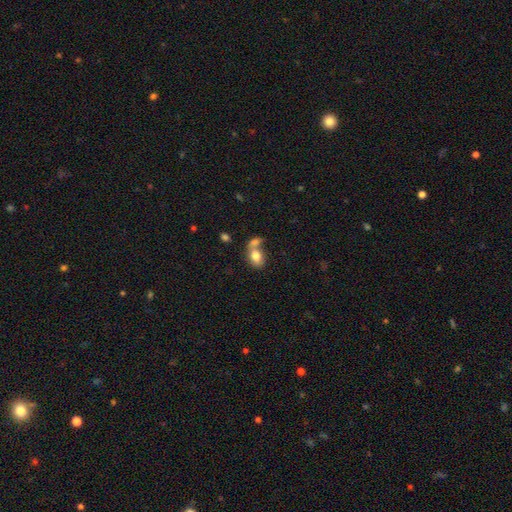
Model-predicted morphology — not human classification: Smooth or featured? smooth (79%)
How rounded? in between (76%)
Merging? merger (54%)